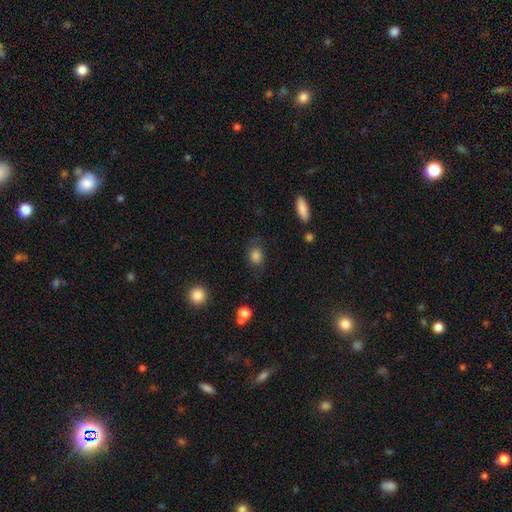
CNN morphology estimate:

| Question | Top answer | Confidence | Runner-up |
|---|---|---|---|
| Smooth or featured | smooth | 79% | featured or disk (11%) |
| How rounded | round | 52% | in between (47%) |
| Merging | none | 65% | minor disturbance (22%) |